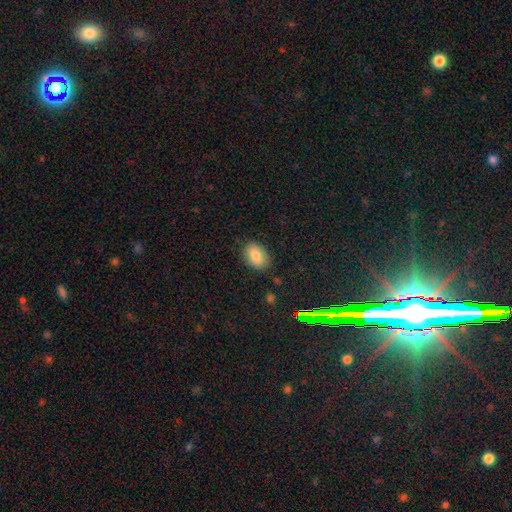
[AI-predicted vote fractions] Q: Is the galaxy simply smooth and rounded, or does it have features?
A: smooth — 85%.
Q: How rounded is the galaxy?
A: in between — 86%.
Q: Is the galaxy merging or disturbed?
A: none — 83%.